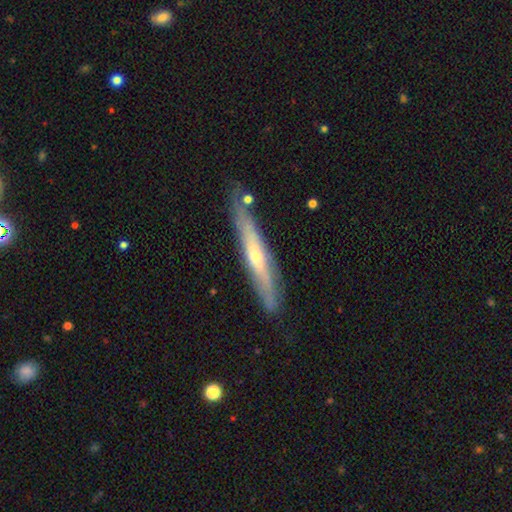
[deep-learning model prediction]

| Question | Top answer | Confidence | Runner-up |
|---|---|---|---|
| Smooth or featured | featured or disk | 65% | smooth (29%) |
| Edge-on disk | yes | 84% | no (16%) |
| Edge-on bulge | rounded | 68% | none (28%) |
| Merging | none | 80% | minor disturbance (15%) |